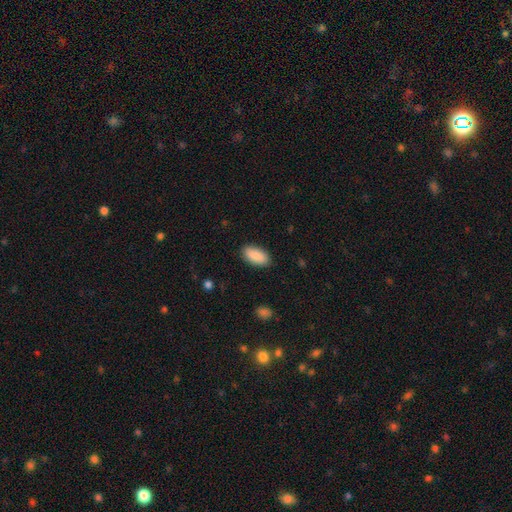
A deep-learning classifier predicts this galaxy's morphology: Smooth or featured? smooth (89%)
How rounded? in between (93%)
Merging? none (87%)